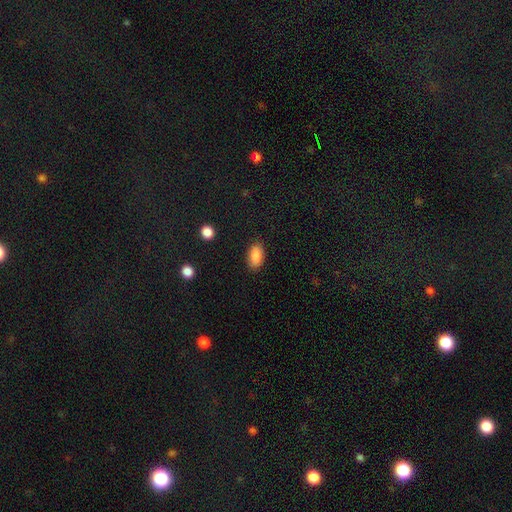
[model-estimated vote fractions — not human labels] A smooth galaxy with no disk features (88%) that is in between round and cigar-shaped (92%). Merging: none (86%).